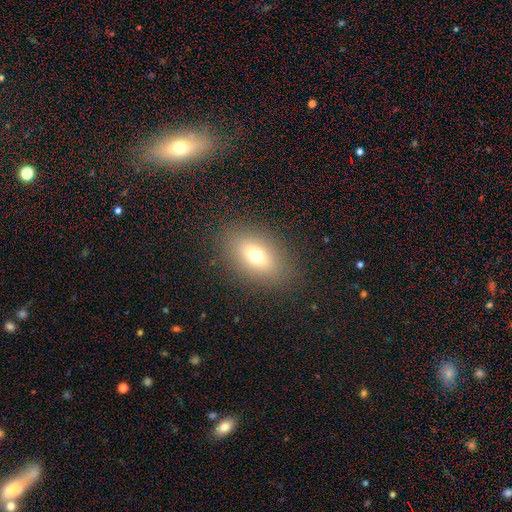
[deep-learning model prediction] Smooth or featured: smooth — 69% (featured or disk — 18%)
How rounded: in between — 81% (round — 15%)
Merging: none — 86% (minor disturbance — 9%)